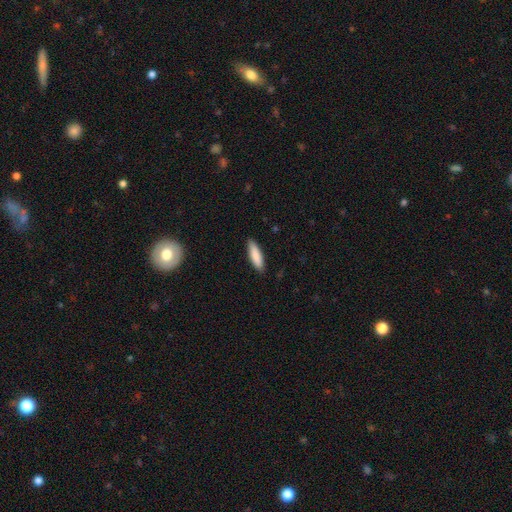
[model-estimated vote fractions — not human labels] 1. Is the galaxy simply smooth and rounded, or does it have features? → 87% smooth, 8% featured or disk, 6% star or artifact.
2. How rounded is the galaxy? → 57% cigar-shaped, 42% in between, 1% round.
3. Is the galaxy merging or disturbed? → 88% none, 9% minor disturbance, 2% major disturbance, 1% merger.